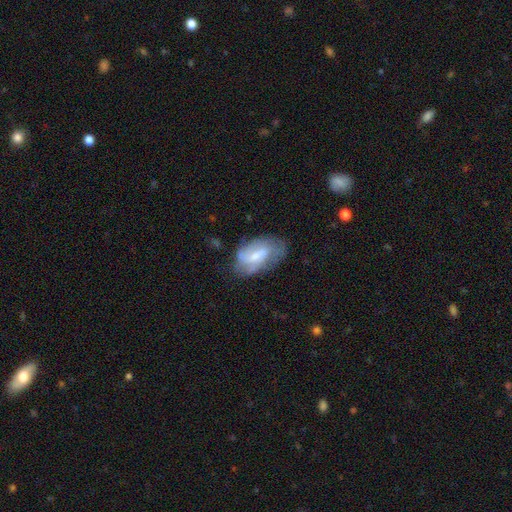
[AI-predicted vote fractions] smooth-or-featured: featured or disk: 56% | smooth: 36% | star or artifact: 8%
  disk-edge-on: no: 94% | yes: 6%
    bar: weak: 51% | no: 26% | strong: 23%
    has-spiral-arms: yes: 72% | no: 28%
    bulge-size: moderate: 43% | small: 41% | none: 10% | large: 5% | dominant: 1%
  merging: none: 53% | minor disturbance: 30% | major disturbance: 15% | merger: 2%